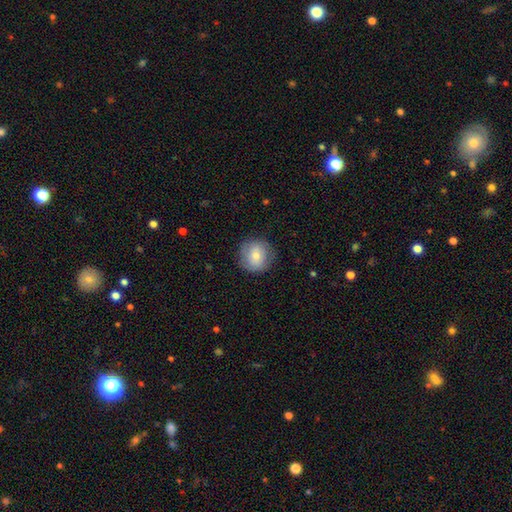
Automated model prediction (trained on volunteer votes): This appears to be a smooth galaxy with no disk features (72%) that is round (90%). Merging: none (80%).